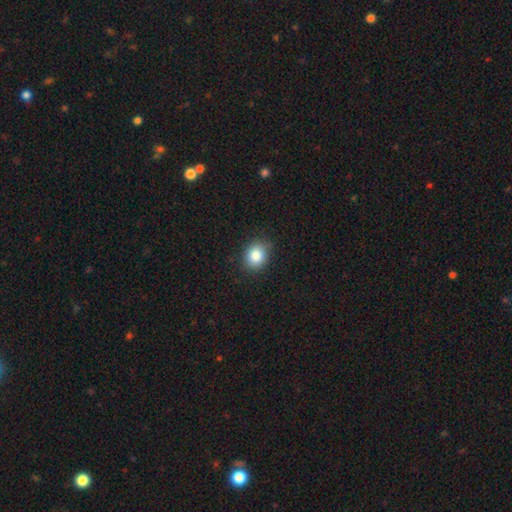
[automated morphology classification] smooth_or_featured: smooth (p=0.84) [alt: star or artifact p=0.10]
how_rounded: round (p=0.62) [alt: in between p=0.37]
merging: none (p=0.83) [alt: minor disturbance p=0.13]